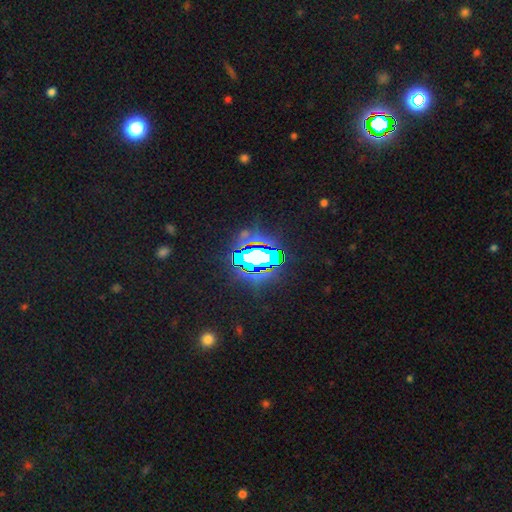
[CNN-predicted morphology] star or artifact 67%, featured or disk 17%, smooth 16%.